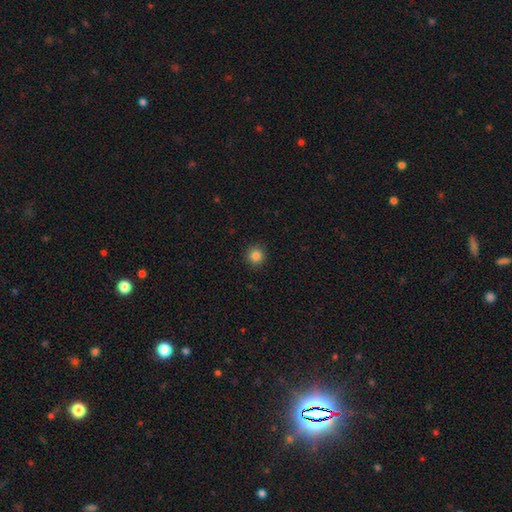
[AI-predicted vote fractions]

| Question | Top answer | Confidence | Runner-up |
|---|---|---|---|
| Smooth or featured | smooth | 85% | star or artifact (11%) |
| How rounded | round | 94% | in between (5%) |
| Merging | none | 92% | minor disturbance (5%) |